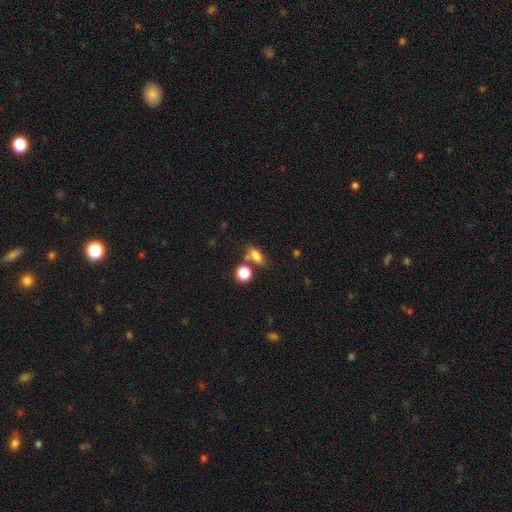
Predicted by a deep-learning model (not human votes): Smooth or featured: smooth — 76% (star or artifact — 13%)
How rounded: in between — 72% (round — 19%)
Merging: none — 57% (merger — 22%)